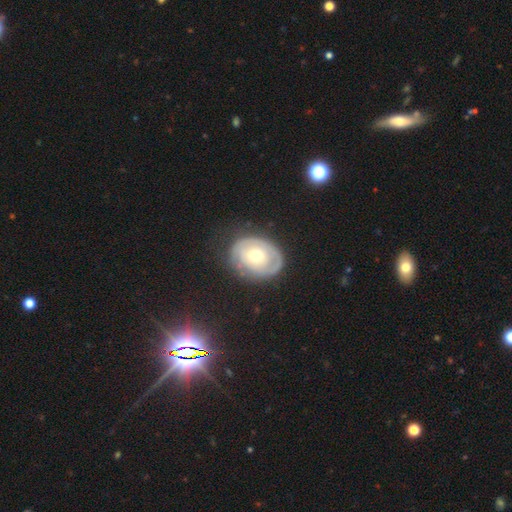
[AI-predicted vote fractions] Smooth or featured? Predicted: featured or disk (p=0.60). Edge-on disk? Predicted: no (p=0.95). Bar? Predicted: no (p=0.81). Spiral arms? Predicted: yes (p=0.53). Bulge size? Predicted: moderate (p=0.67). Merging? Predicted: none (p=0.70).